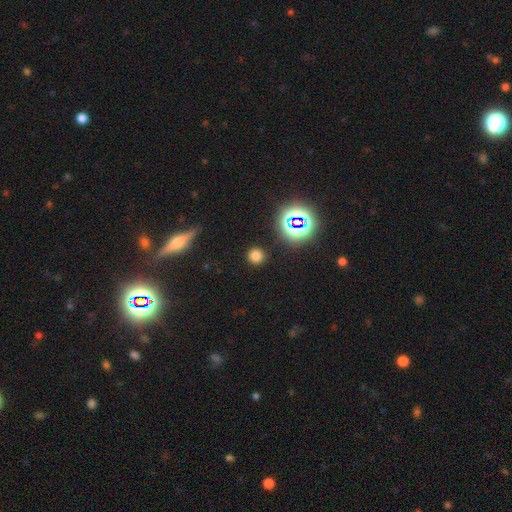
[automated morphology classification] type=smooth (72%); roundness=round (91%); merging=none (88%).